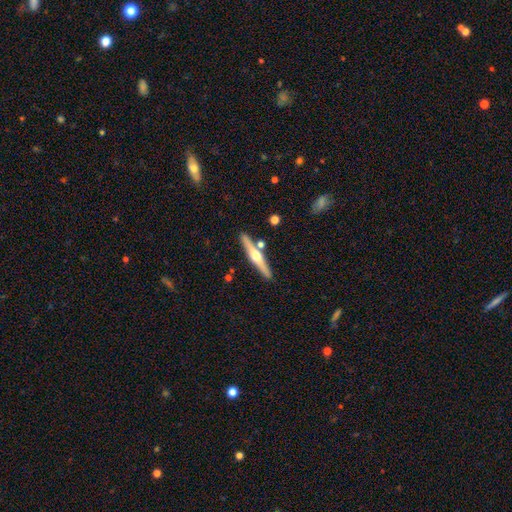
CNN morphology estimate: A featured or disk galaxy (70%) viewed edge-on (97%) with a rounded central bulge (94%).

Vote fractions:
- Smooth or featured? featured or disk: 70% / smooth: 25% / star or artifact: 5%
- Edge-on disk? yes: 97% / no: 3%
- Edge-on bulge? rounded: 94% / none: 4% / boxy: 2%
- Merging? none: 85% / minor disturbance: 8% / merger: 5% / major disturbance: 2%